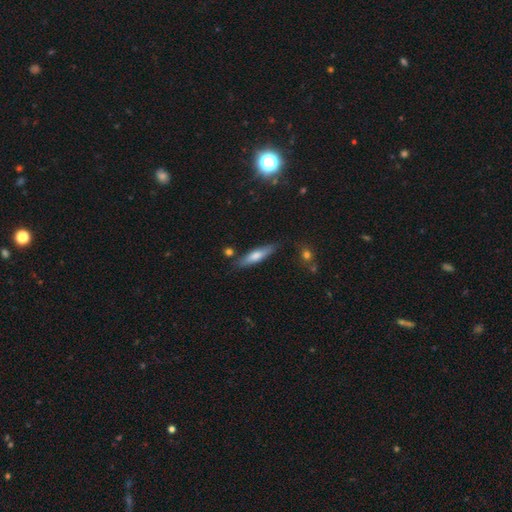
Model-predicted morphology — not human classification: Overall: smooth (52%; featured or disk 39%). How rounded: cigar-shaped (81%). Merging: none (83%).